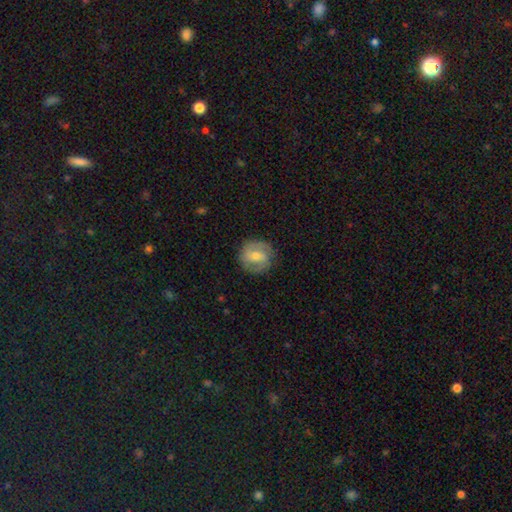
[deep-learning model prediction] Smooth or featured: featured or disk — 53% (smooth — 40%)
Edge-on disk: no — 97% (yes — 3%)
Bar: weak — 50% (no — 30%)
Spiral arms: yes — 77% (no — 23%)
Bulge size: moderate — 53% (small — 41%)
Merging: none — 81% (minor disturbance — 13%)